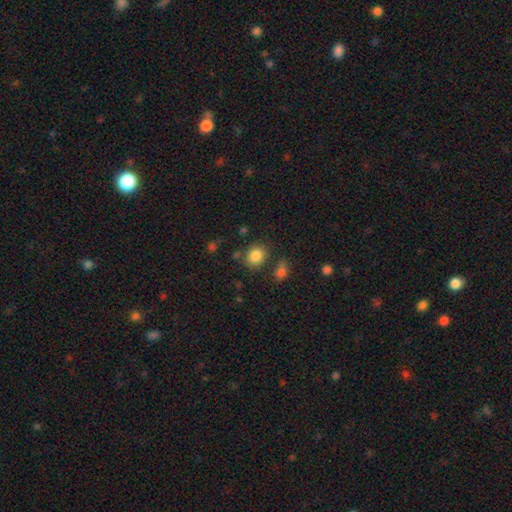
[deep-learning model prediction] Morphology: type=smooth (84%); roundness=round (66%); merging=none (74%).